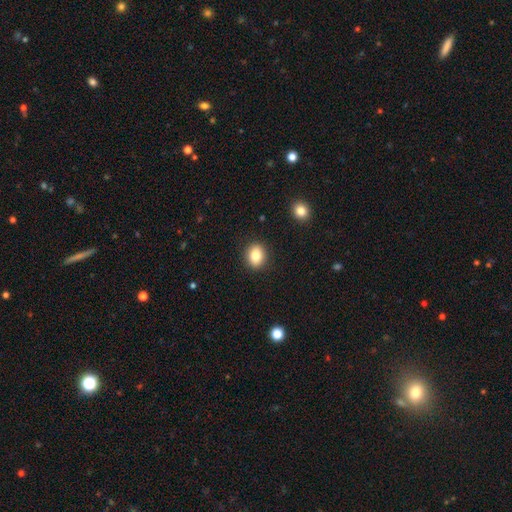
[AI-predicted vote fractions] smooth 84%, star or artifact 9%, featured or disk 7%. Down the decision tree: how rounded — round (53%); merging — none (90%).